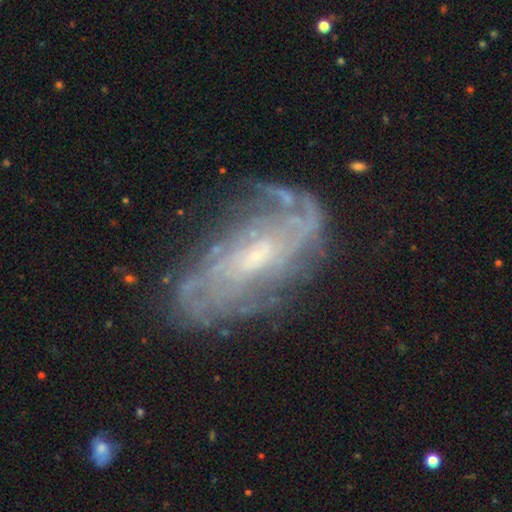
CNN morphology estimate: Smooth or featured? Predicted: featured or disk (p=0.82). Edge-on disk? Predicted: no (p=0.92). Bar? Predicted: no (p=0.46). Spiral arms? Predicted: yes (p=0.88). Spiral winding? Predicted: tight (p=0.52). Spiral arm count? Predicted: can't tell (p=0.51). Bulge size? Predicted: small (p=0.46). Merging? Predicted: none (p=0.69).